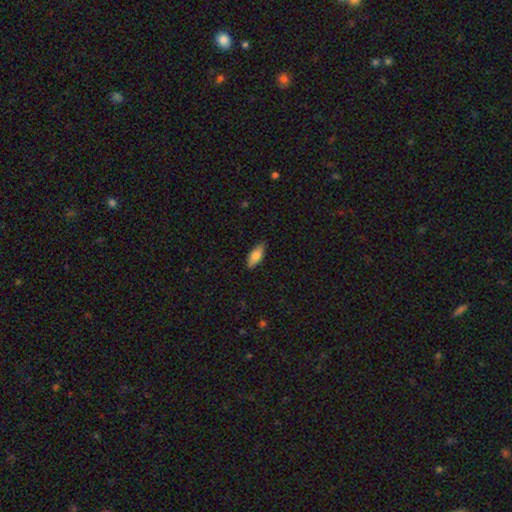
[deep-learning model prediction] This is likely a smooth galaxy (78%). How rounded: clearly in between (81%). Merging: clearly none (84%).